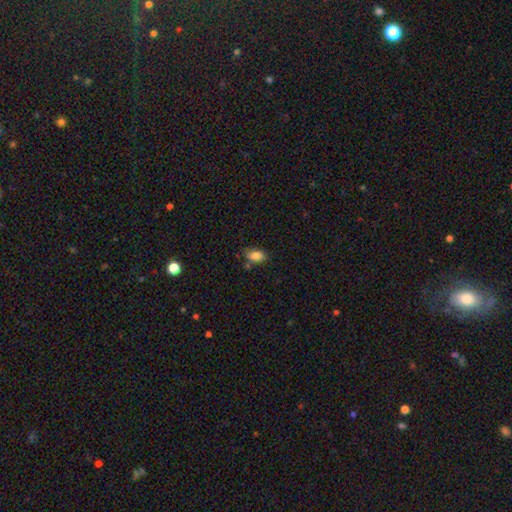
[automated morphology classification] This appears to be a smooth galaxy with no disk features (84%) that is in between round and cigar-shaped (88%). Merging: none (63%).